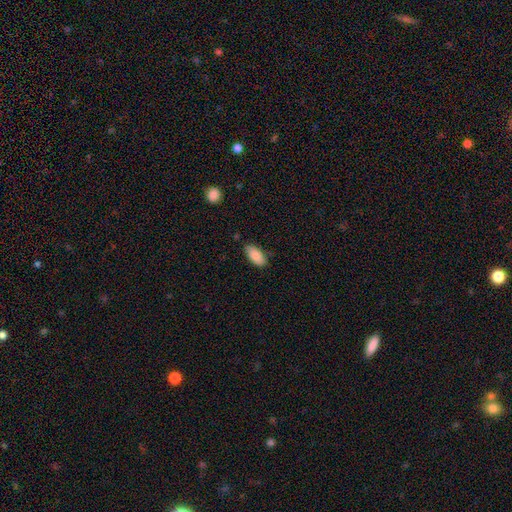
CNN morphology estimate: smooth-or-featured: smooth: 87% | star or artifact: 6% | featured or disk: 6%
  how-rounded: in between: 92% | cigar-shaped: 6% | round: 2%
  merging: none: 77% | minor disturbance: 18% | major disturbance: 3% | merger: 2%